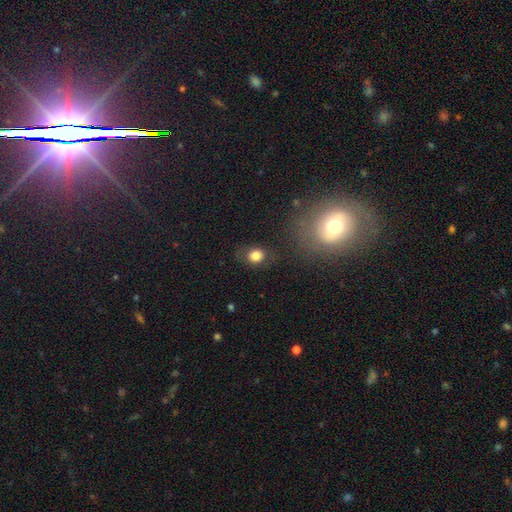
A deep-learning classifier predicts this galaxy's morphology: smooth 81%, star or artifact 11%, featured or disk 8%. Down the decision tree: how rounded — round (58%); merging — none (76%).